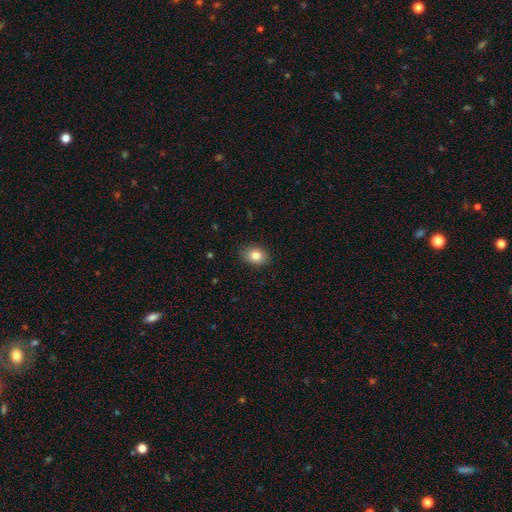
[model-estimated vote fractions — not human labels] The model was most divided on "how rounded": in between: 70%, round: 29%, cigar-shaped: 1%. More confident: merging — none (87%); smooth or featured — smooth (84%).